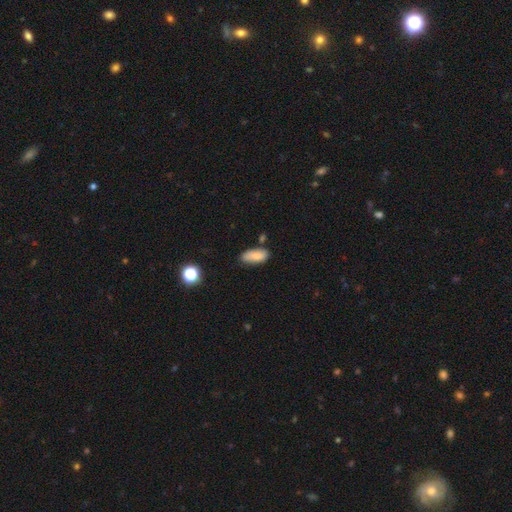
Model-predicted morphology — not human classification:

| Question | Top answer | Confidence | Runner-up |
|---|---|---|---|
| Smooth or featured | smooth | 83% | featured or disk (9%) |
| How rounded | in between | 84% | cigar-shaped (13%) |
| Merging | none | 68% | minor disturbance (22%) |